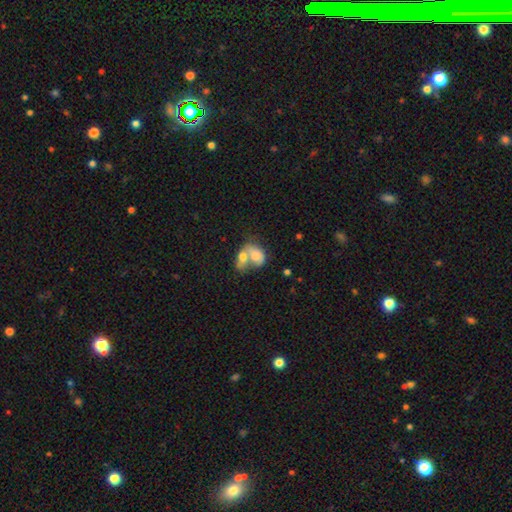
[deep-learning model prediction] Smooth or featured: smooth — 69% (featured or disk — 24%)
How rounded: in between — 80% (round — 18%)
Merging: merger — 74% (none — 13%)